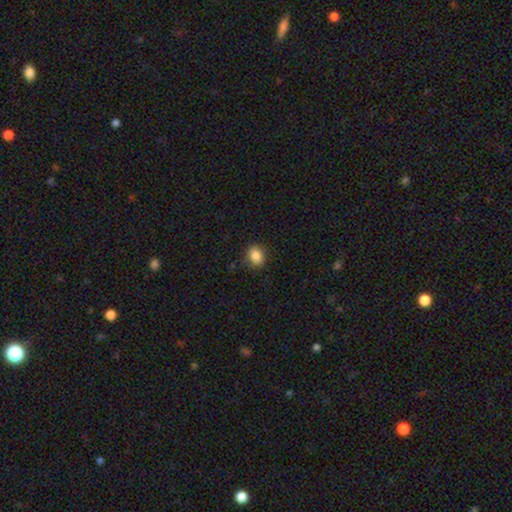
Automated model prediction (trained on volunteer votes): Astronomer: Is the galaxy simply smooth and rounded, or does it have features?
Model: smooth — 86%.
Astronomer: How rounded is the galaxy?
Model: in between — 53% (runner-up: round, 46%).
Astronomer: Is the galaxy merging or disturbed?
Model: none — 85%.